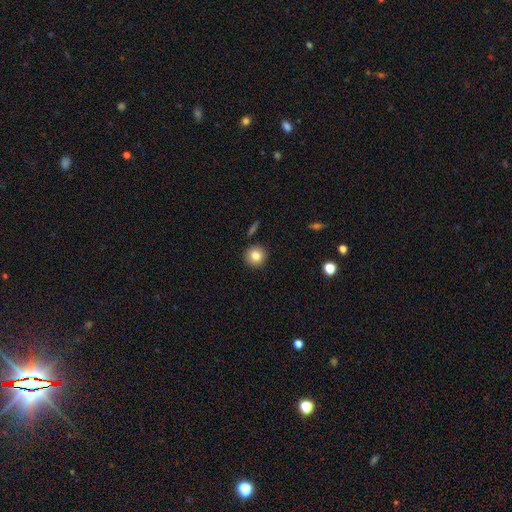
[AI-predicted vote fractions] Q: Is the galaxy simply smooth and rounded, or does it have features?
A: smooth — 82%.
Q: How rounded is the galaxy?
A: round — 94%.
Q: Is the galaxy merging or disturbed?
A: none — 90%.